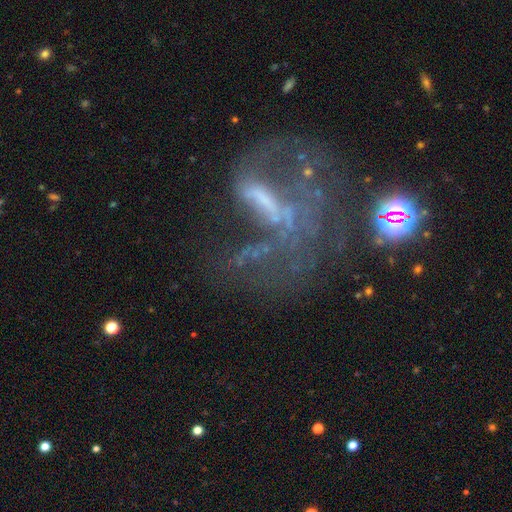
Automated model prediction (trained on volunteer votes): A featured or disk galaxy (62%) with no bar (47%), no spiral arms (60%) and no central bulge (56%). Merging: major disturbance (48%).